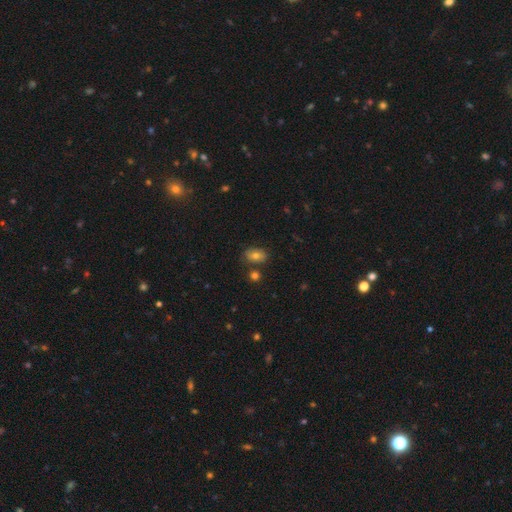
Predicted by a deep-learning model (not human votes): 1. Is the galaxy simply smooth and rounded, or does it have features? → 69% smooth, 19% featured or disk, 12% star or artifact.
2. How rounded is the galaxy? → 77% in between, 21% round, 2% cigar-shaped.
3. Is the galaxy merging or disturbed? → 76% none, 14% minor disturbance, 7% merger, 4% major disturbance.